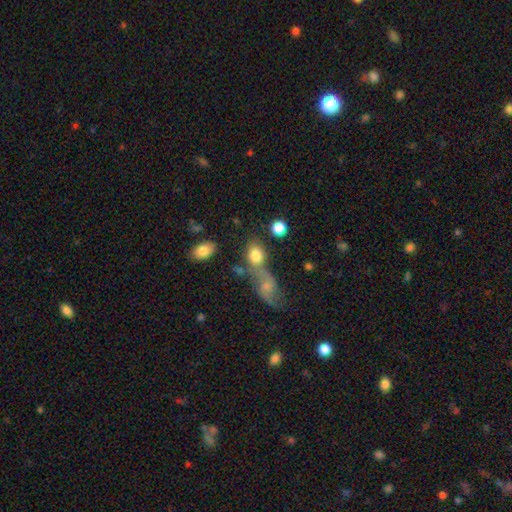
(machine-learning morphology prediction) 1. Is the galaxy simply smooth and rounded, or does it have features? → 78% smooth, 12% featured or disk, 10% star or artifact.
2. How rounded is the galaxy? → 58% in between, 40% round, 3% cigar-shaped.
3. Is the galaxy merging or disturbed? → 43% merger, 38% none, 11% minor disturbance, 8% major disturbance.